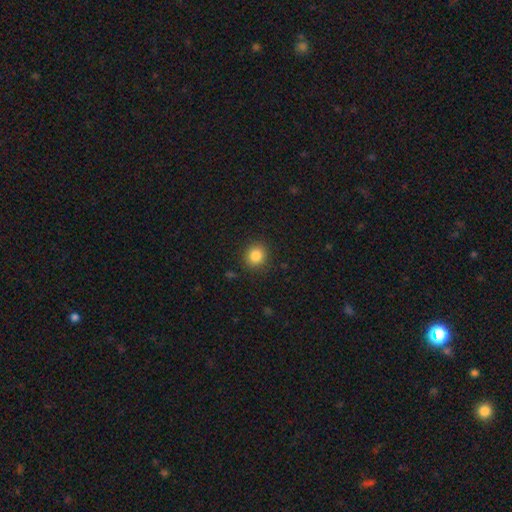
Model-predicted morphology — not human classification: The model was most divided on "how rounded": round: 86%, in between: 13%, cigar-shaped: 1%. More confident: merging — none (88%); smooth or featured — smooth (85%).